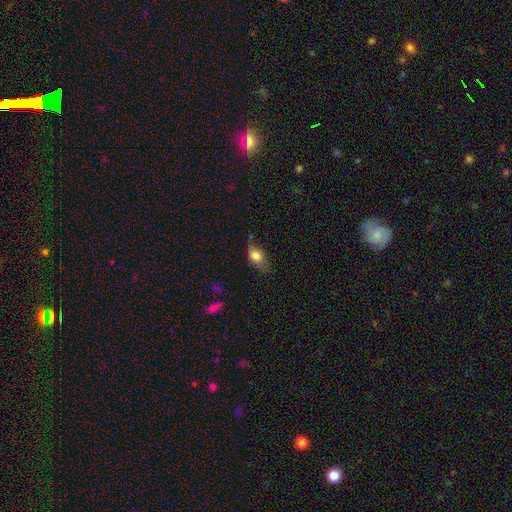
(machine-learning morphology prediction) Smooth or featured?
  - smooth: 77% *
  - featured or disk: 15%
  - star or artifact: 8%
How rounded?
  - in between: 81% *
  - round: 13%
  - cigar-shaped: 6%
Merging?
  - none: 49% *
  - minor disturbance: 36%
  - major disturbance: 13%
  - merger: 3%